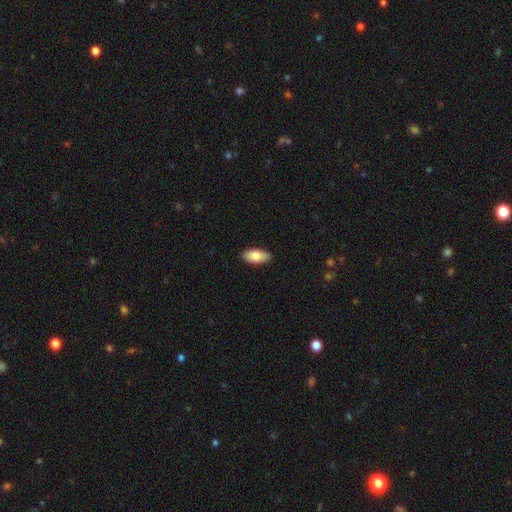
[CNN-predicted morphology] Smooth or featured?
  - smooth: 82% *
  - featured or disk: 12%
  - star or artifact: 6%
How rounded?
  - in between: 91% *
  - cigar-shaped: 7%
  - round: 2%
Merging?
  - none: 88% *
  - minor disturbance: 9%
  - major disturbance: 2%
  - merger: 1%